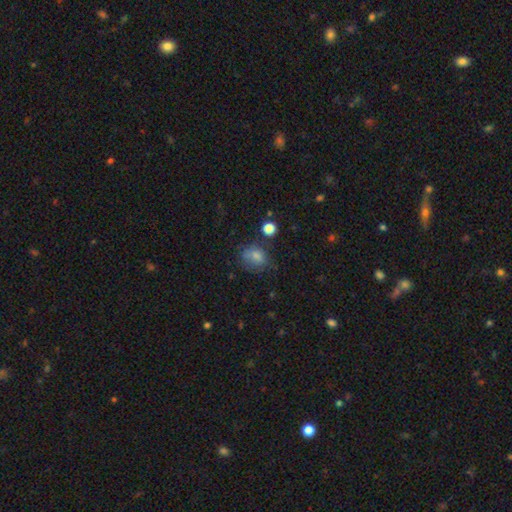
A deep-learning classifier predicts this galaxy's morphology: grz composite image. It shows a smooth galaxy with no disk features (73%) that is round (53%). Merging: none (52%).